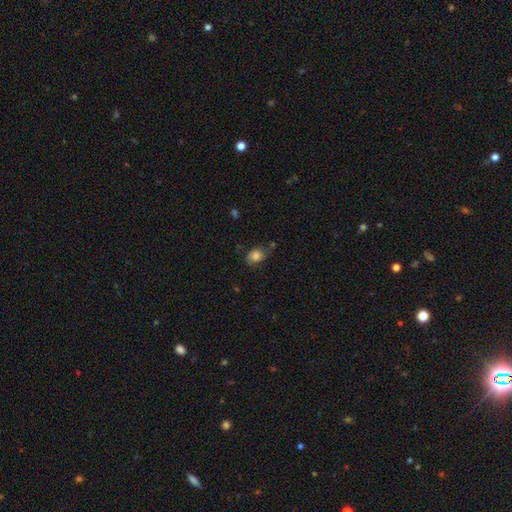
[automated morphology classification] Smooth or featured? smooth (77%)
How rounded? in between (62%)
Merging? none (57%)